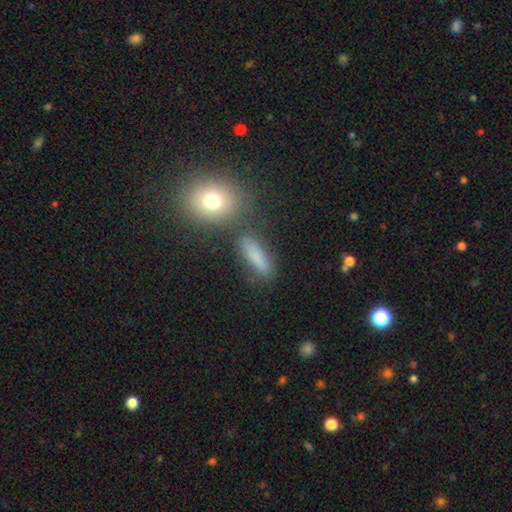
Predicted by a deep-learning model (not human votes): Morphology: type=smooth (71%); roundness=cigar-shaped (59%); merging=none (77%).